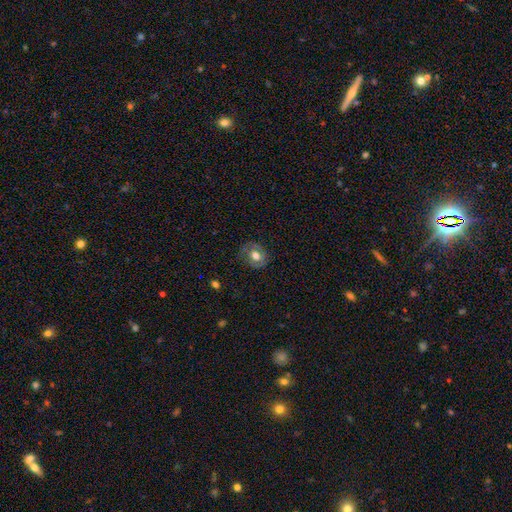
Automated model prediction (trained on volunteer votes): This appears to be a smooth galaxy with no disk features (48%). Merging: none (74%).